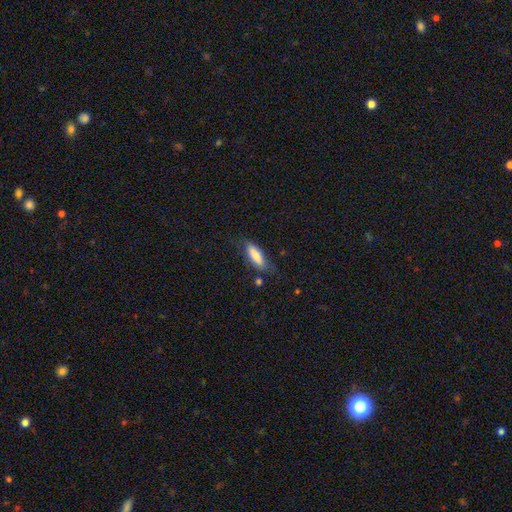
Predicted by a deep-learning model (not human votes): Smooth or featured: smooth — 77% (featured or disk — 17%)
How rounded: in between — 55% (cigar-shaped — 43%)
Merging: none — 70% (minor disturbance — 20%)